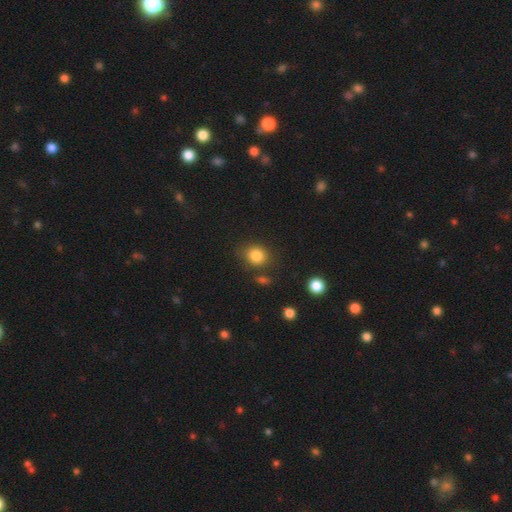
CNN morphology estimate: A smooth galaxy with no disk features (84%) that is round (70%).

Vote fractions:
- Smooth or featured? smooth: 84% / star or artifact: 10% / featured or disk: 5%
- How rounded? round: 70% / in between: 29% / cigar-shaped: 1%
- Merging? none: 75% / minor disturbance: 14% / merger: 6% / major disturbance: 5%